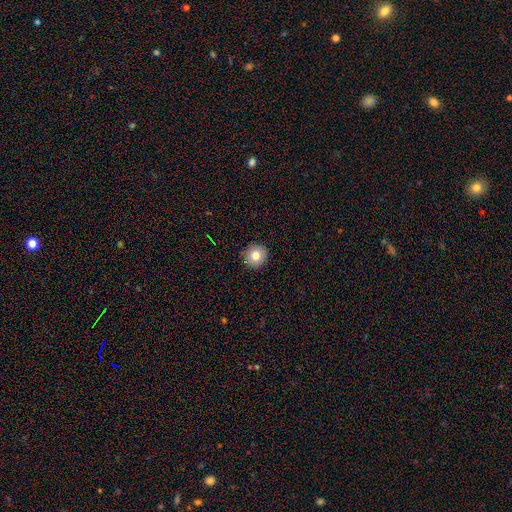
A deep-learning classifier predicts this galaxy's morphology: A smooth galaxy with no disk features (80%) that is round (94%). Merging: none (91%).